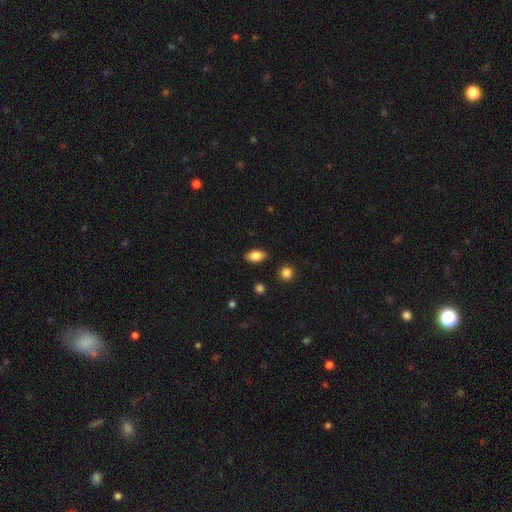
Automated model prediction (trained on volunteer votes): This appears to be a smooth galaxy with no disk features (83%) that is in between round and cigar-shaped (88%). Merging: none (86%).